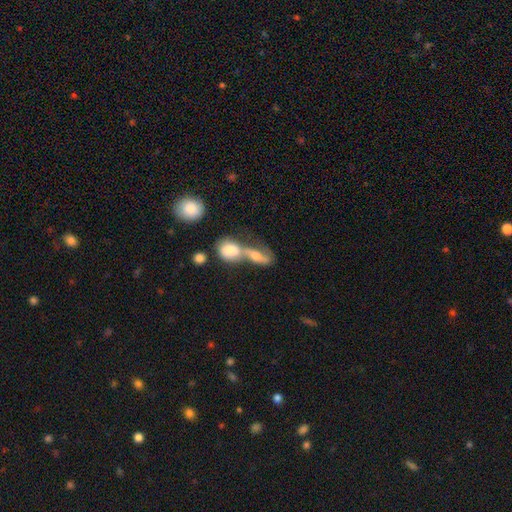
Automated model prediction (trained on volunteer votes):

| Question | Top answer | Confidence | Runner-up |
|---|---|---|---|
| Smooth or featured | smooth | 56% | featured or disk (33%) |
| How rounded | in between | 67% | round (16%) |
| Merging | merger | 72% | none (15%) |